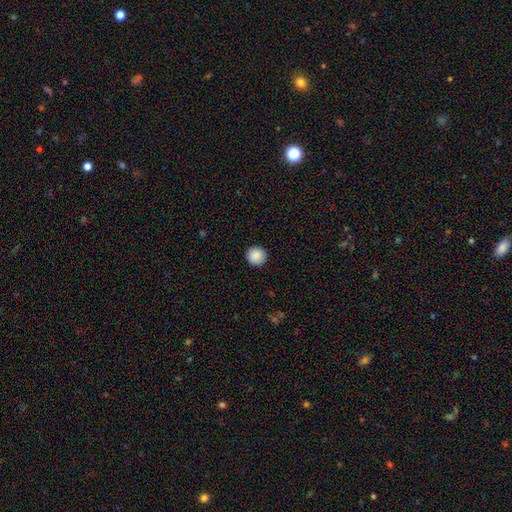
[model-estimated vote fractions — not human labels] smooth 89%, star or artifact 8%, featured or disk 3%. Down the decision tree: how rounded — round (95%); merging — none (92%).